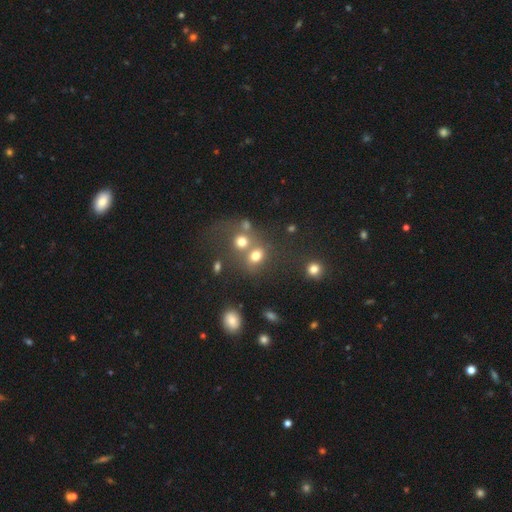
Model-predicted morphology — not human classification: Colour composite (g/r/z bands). It shows a smooth galaxy with no disk features (71%) that is round (56%). Merging: none (42%).